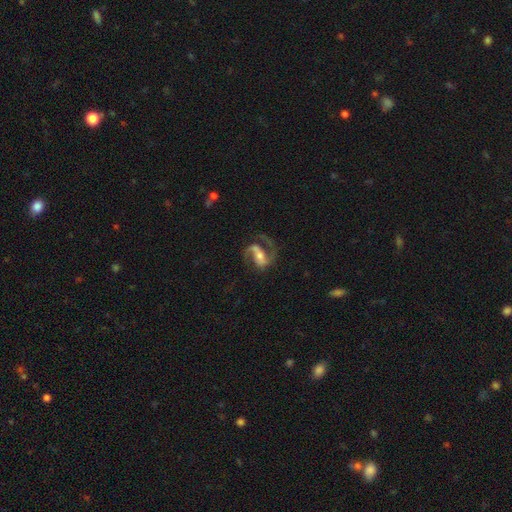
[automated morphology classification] A featured or disk galaxy (88%) with a strong bar (39%), 2 (85%) medium (55%) spiral arms (96%) and a moderate central bulge (50%). Merging: none (63%).